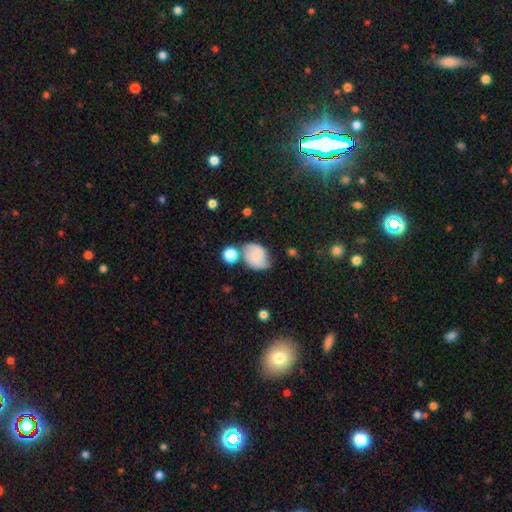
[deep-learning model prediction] smooth-or-featured: smooth: 61% | featured or disk: 30% | star or artifact: 9%
  how-rounded: in between: 56% | round: 43% | cigar-shaped: 1%
  merging: none: 51% | minor disturbance: 25% | merger: 16% | major disturbance: 8%